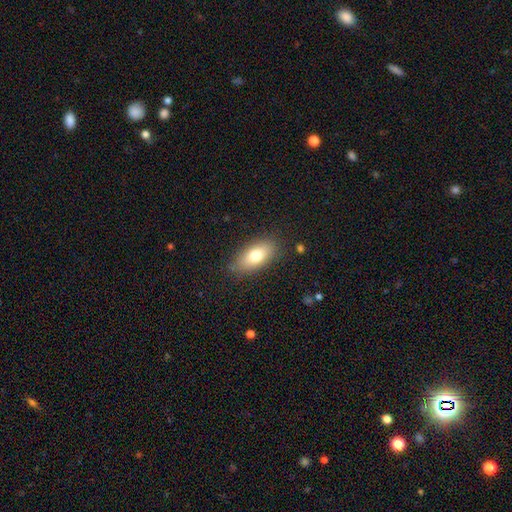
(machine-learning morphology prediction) smooth 77%, featured or disk 16%, star or artifact 8%. Down the decision tree: how rounded — in between (86%); merging — none (82%).